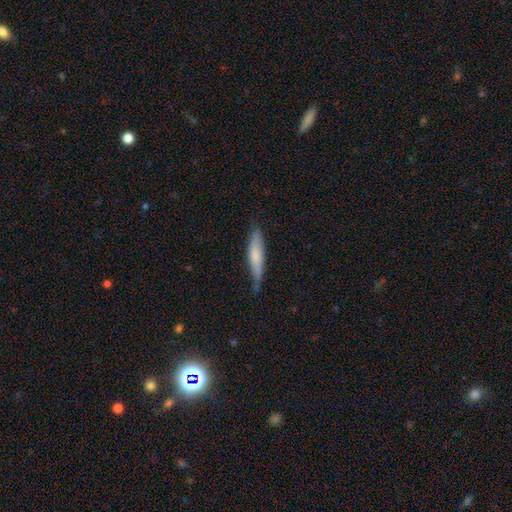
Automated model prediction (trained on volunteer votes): Morphology: type=smooth (69%); roundness=cigar-shaped (84%); merging=none (69%).